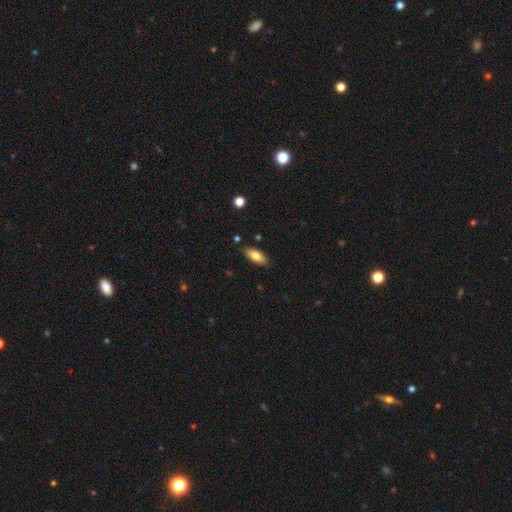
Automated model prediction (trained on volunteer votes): Smooth or featured? smooth (81%)
How rounded? in between (79%)
Merging? none (84%)